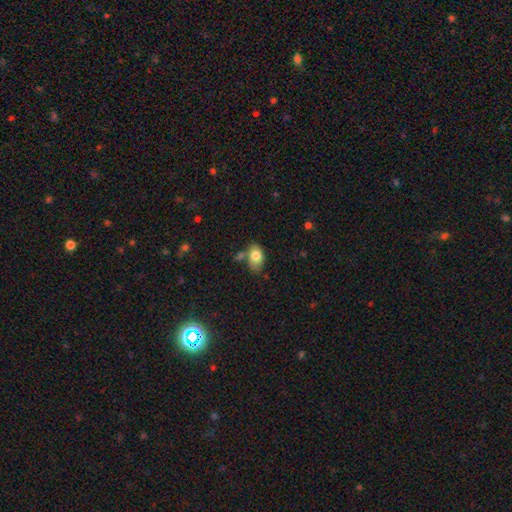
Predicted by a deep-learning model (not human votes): Q: Smooth or featured?
A: smooth (80%); runner-up: featured or disk (12%)
Q: How rounded?
A: in between (85%); runner-up: round (13%)
Q: Merging?
A: none (58%); runner-up: minor disturbance (22%)